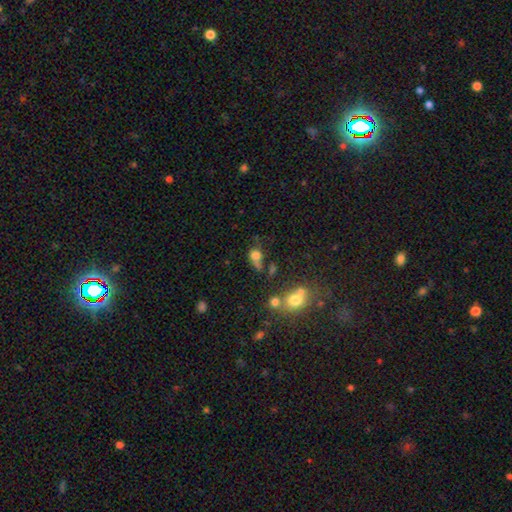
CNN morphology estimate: smooth_or_featured: smooth (p=0.70) [alt: star or artifact p=0.15]
how_rounded: round (p=0.56) [alt: in between p=0.41]
merging: none (p=0.35) [alt: merger p=0.28]